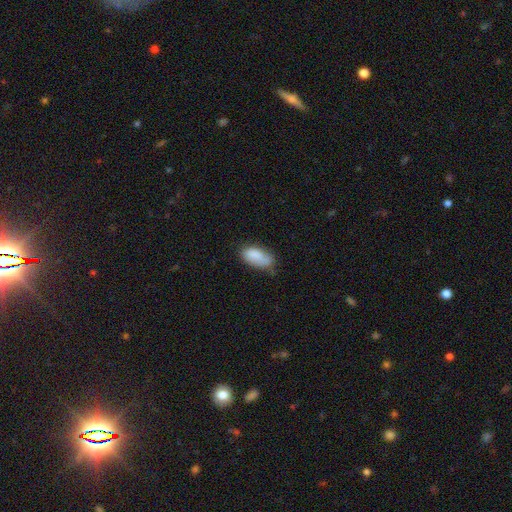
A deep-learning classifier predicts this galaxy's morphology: smooth_or_featured: smooth (p=0.82) [alt: featured or disk p=0.11]
how_rounded: in between (p=0.92) [alt: cigar-shaped p=0.05]
merging: none (p=0.54) [alt: minor disturbance p=0.33]